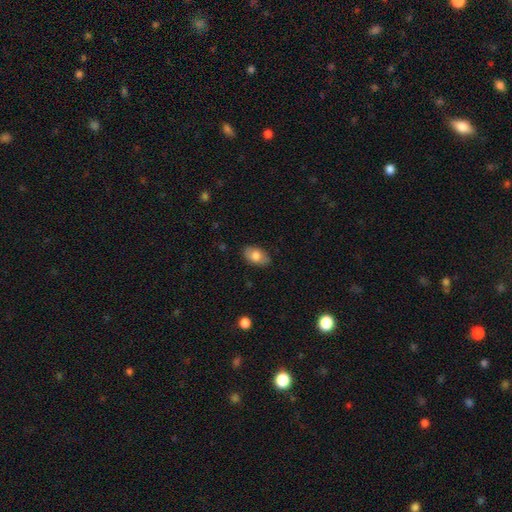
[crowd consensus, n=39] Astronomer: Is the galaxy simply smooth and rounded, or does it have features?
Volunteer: smooth — 79%.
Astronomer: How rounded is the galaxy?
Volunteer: in between — 94%.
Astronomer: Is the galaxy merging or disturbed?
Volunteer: none — 78%.